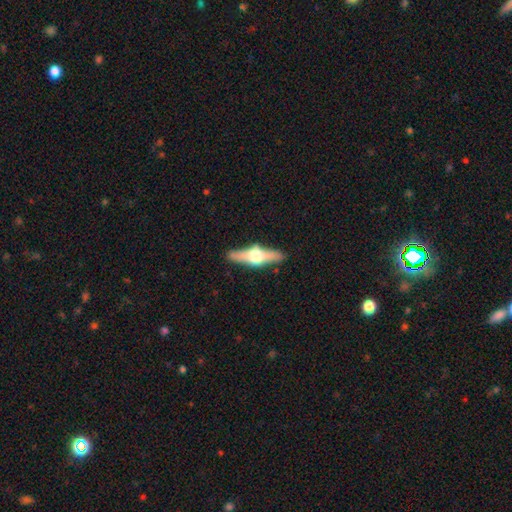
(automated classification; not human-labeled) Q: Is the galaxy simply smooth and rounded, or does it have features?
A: featured or disk — 70%.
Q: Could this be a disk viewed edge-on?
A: yes — 96%.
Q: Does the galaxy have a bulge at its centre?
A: rounded — 95%.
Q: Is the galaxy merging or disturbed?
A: none — 87%.